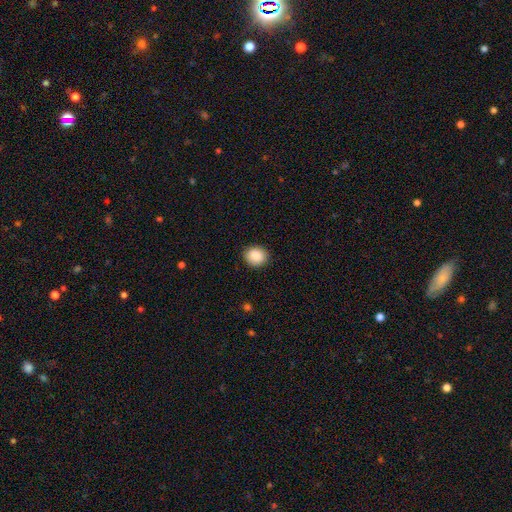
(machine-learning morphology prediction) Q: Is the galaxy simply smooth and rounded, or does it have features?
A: smooth — 87%.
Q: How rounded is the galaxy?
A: round — 76%.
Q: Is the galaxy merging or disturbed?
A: none — 89%.